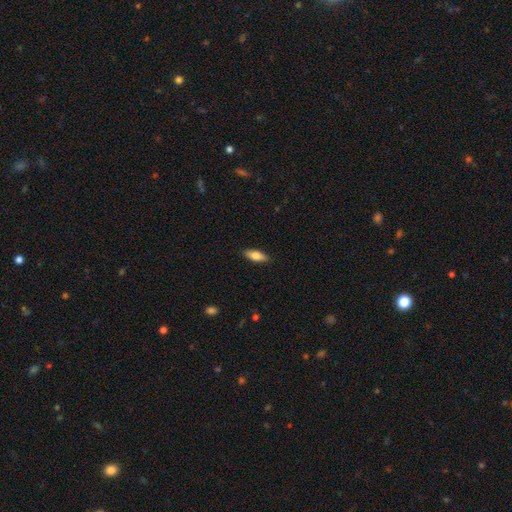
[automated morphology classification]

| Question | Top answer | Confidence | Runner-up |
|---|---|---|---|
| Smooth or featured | smooth | 74% | featured or disk (19%) |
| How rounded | in between | 70% | cigar-shaped (28%) |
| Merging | none | 89% | minor disturbance (8%) |